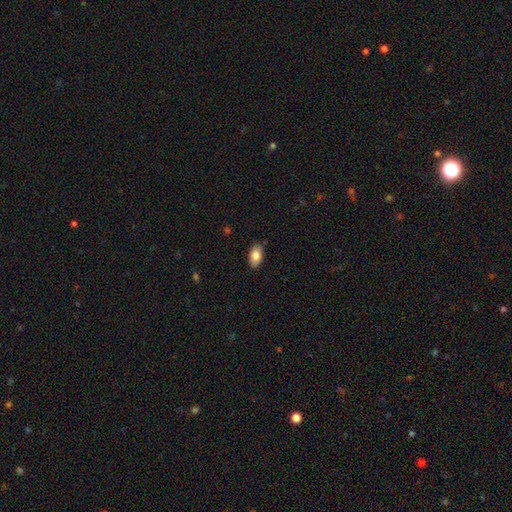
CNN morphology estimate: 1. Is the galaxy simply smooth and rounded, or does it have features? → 82% smooth, 11% featured or disk, 7% star or artifact.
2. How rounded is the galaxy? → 93% in between, 4% round, 3% cigar-shaped.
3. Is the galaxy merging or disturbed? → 84% none, 13% minor disturbance, 2% major disturbance, 1% merger.